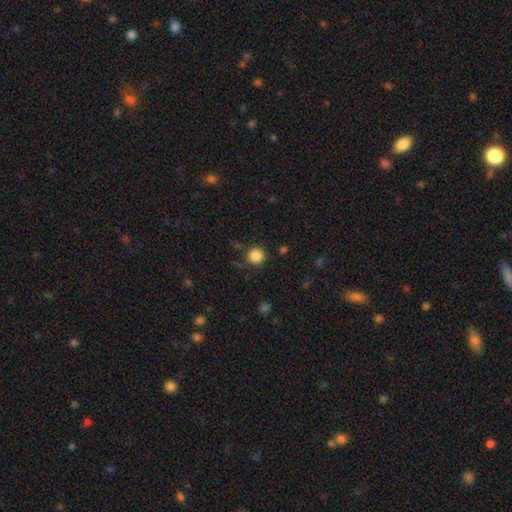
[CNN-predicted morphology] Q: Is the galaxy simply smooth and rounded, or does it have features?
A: smooth — 86%.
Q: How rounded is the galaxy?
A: round — 95%.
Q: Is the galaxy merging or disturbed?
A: none — 83%.